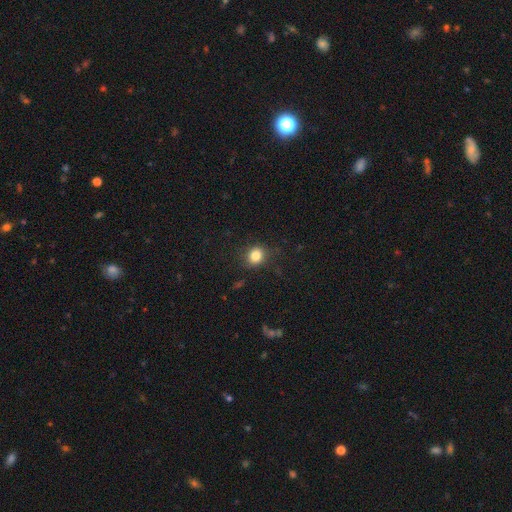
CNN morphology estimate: smooth 83%, star or artifact 11%, featured or disk 6%. Down the decision tree: how rounded — round (72%); merging — none (83%).